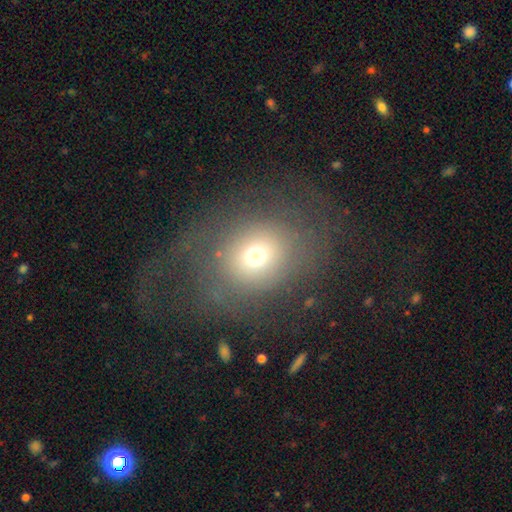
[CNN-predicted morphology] The model was most divided on "merging": none: 57%, major disturbance: 26%, minor disturbance: 16%, merger: 2%. More confident: how rounded — round (66%); smooth or featured — smooth (61%).